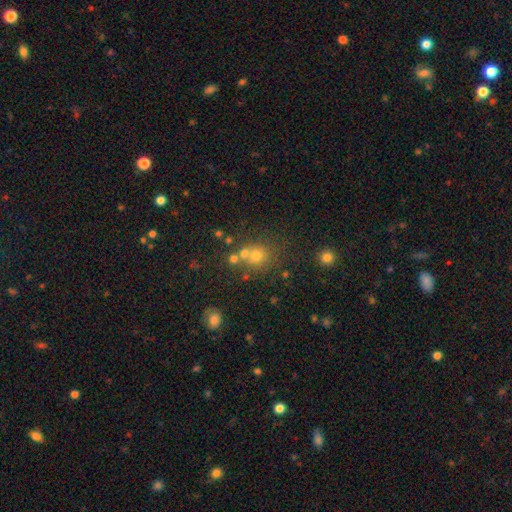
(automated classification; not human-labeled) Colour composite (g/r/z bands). It shows a smooth galaxy with no disk features (65%) that is round (81%). Merging: none (57%).